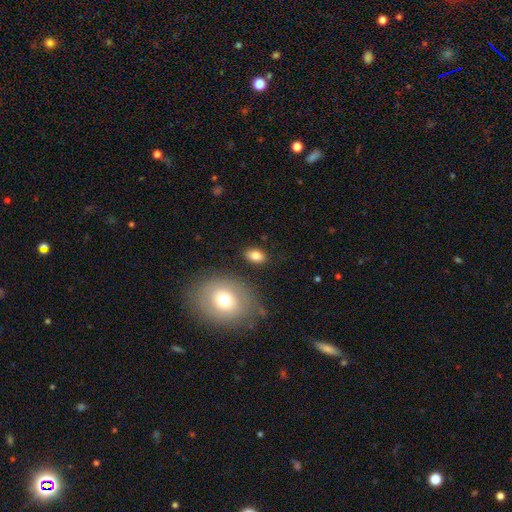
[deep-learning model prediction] Smooth or featured: smooth — 81% (featured or disk — 10%)
How rounded: in between — 84% (round — 14%)
Merging: none — 84% (minor disturbance — 10%)